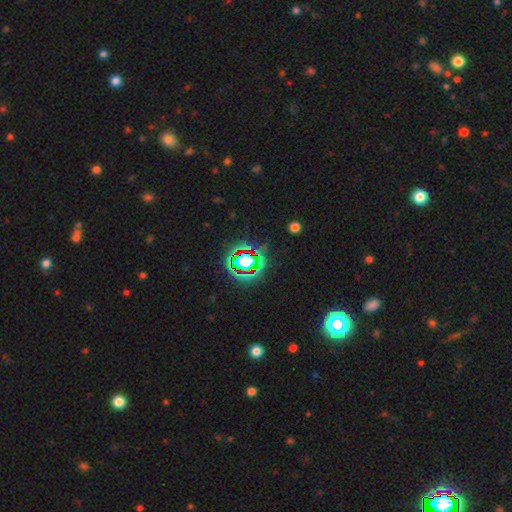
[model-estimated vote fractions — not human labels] Q: Smooth or featured?
A: star or artifact (78%); runner-up: smooth (14%)